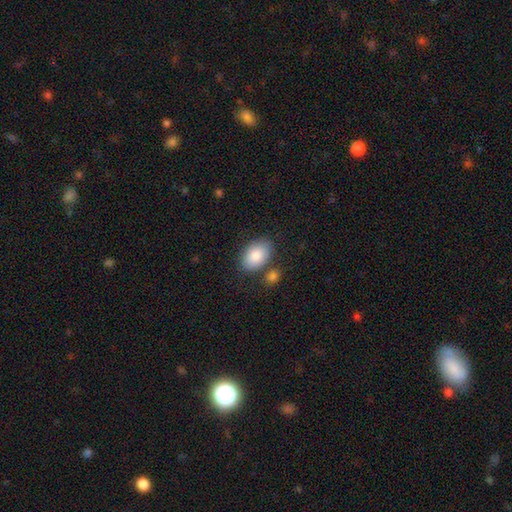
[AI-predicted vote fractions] A smooth galaxy with no disk features (85%) that is in between round and cigar-shaped (88%). Merging: none (73%).